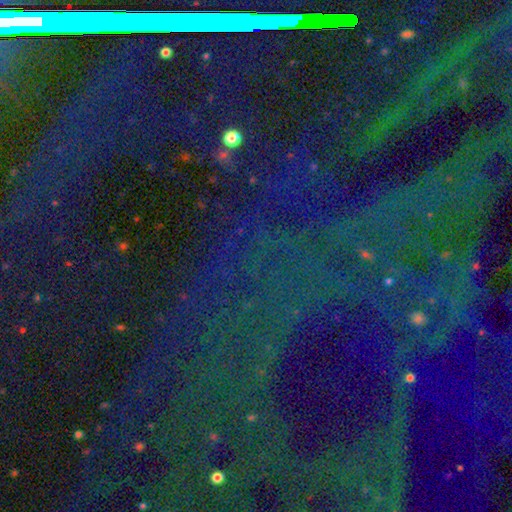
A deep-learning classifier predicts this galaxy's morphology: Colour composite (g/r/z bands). It shows a star or artifact, not a galaxy (83%).